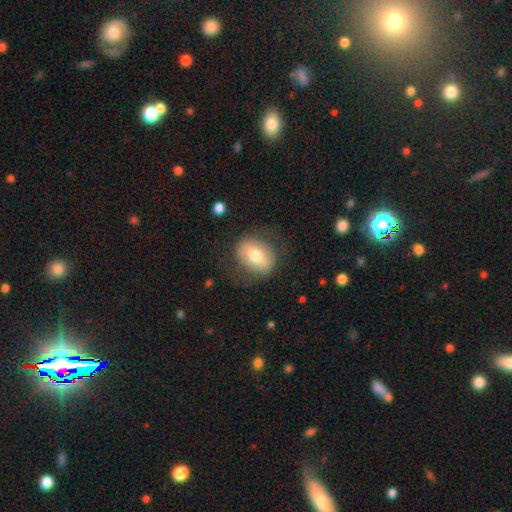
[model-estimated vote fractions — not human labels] Smooth or featured? Predicted: smooth (p=0.64). How rounded? Predicted: in between (p=0.58). Merging? Predicted: none (p=0.75).